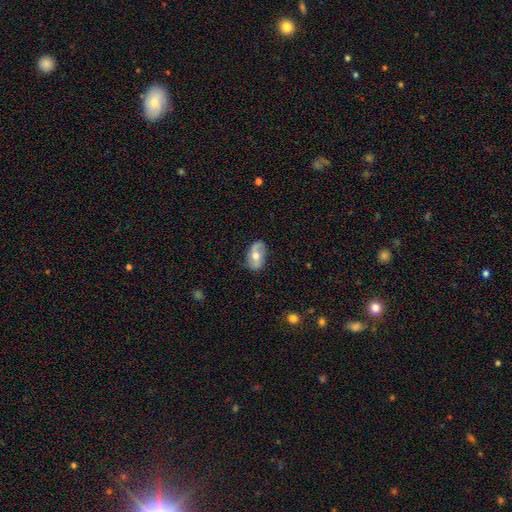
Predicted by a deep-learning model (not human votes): Morphology: type=featured or disk (58%); edge-on=no (94%); bar=no (51%); spiral arms=yes (78%); bulge=moderate (74%); merging=none (77%).